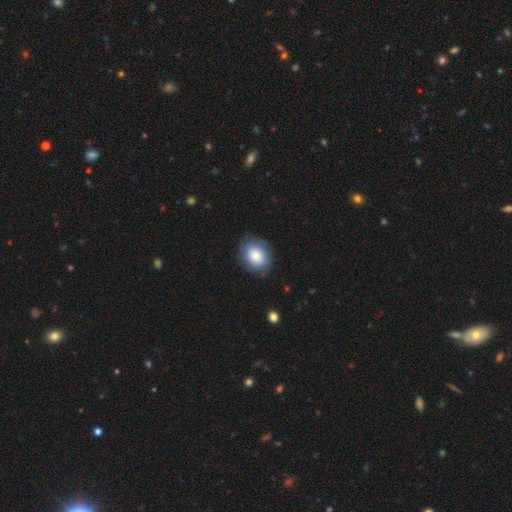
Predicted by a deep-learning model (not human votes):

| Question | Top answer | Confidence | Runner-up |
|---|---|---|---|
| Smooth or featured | smooth | 74% | featured or disk (18%) |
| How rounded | round | 62% | in between (37%) |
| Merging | none | 79% | minor disturbance (14%) |